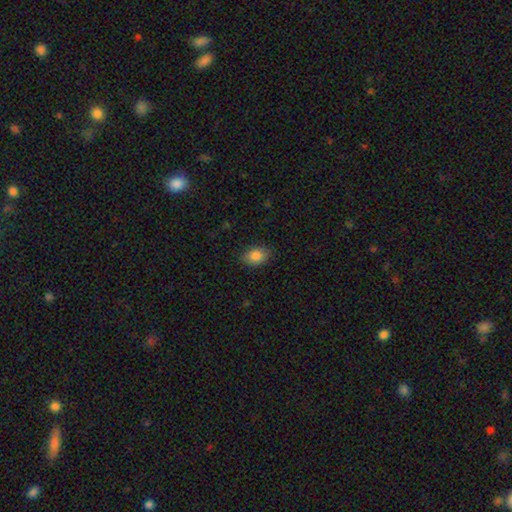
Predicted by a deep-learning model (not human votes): Smooth or featured? smooth (87%)
How rounded? in between (82%)
Merging? none (85%)